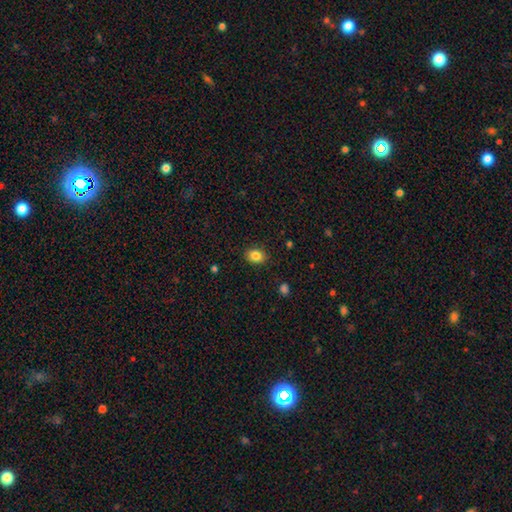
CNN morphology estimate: Smooth or featured: smooth — 85% (star or artifact — 9%)
How rounded: in between — 62% (round — 37%)
Merging: none — 87% (minor disturbance — 9%)